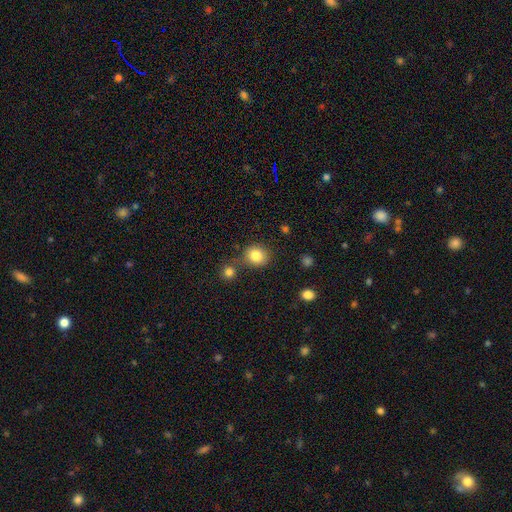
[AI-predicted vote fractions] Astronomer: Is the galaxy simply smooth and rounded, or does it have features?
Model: smooth — 83%.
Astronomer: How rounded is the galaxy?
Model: round — 79%.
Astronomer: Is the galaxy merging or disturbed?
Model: none — 72%.